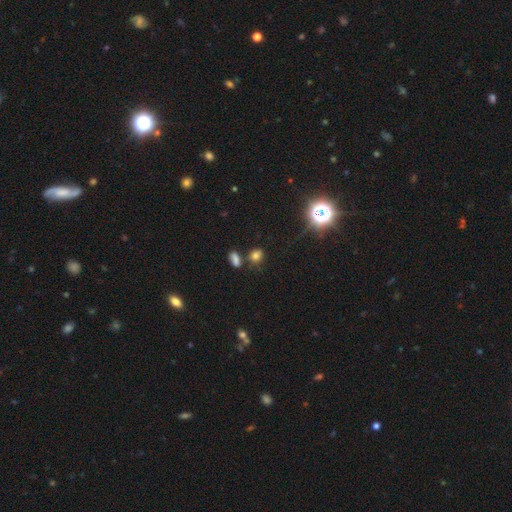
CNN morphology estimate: Overall: smooth (72%). How rounded: in between (50%; round 48%). Merging: none (71%).